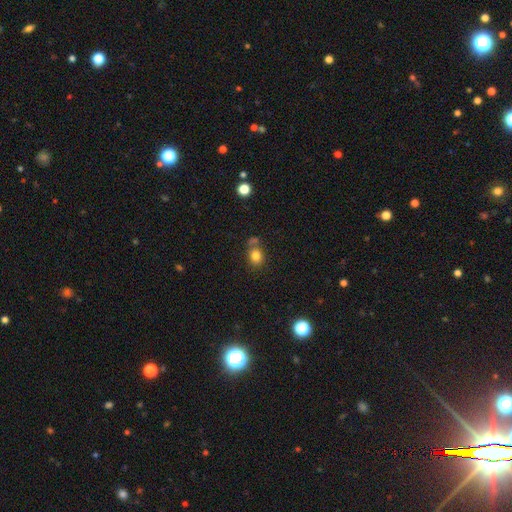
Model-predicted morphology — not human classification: Smooth or featured? Predicted: smooth (p=0.80). How rounded? Predicted: round (p=0.62). Merging? Predicted: none (p=0.62).